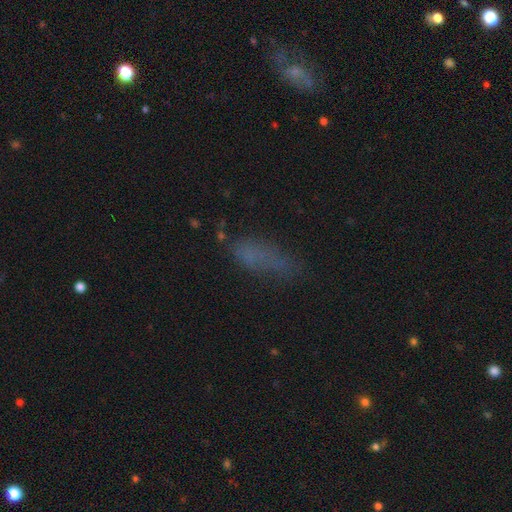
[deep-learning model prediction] Smooth or featured? Predicted: smooth (p=0.61). How rounded? Predicted: in between (p=0.59). Merging? Predicted: none (p=0.48).